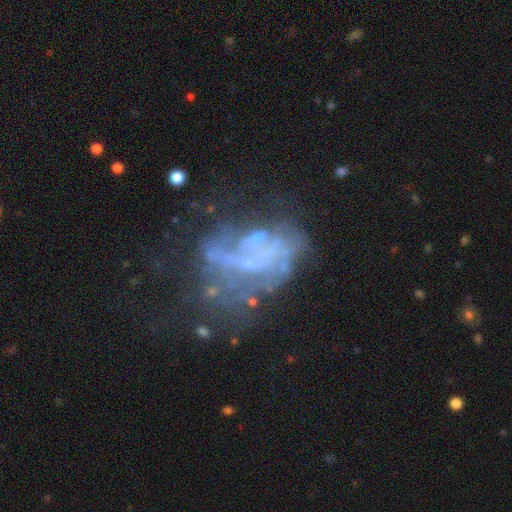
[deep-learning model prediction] Overall: featured or disk (65%). Edge-on disk: no (97%). Bar: no (81%). Spiral arms: no (77%). Bulge size: none (64%; small 27%). Merging: major disturbance (38%; none 33%).